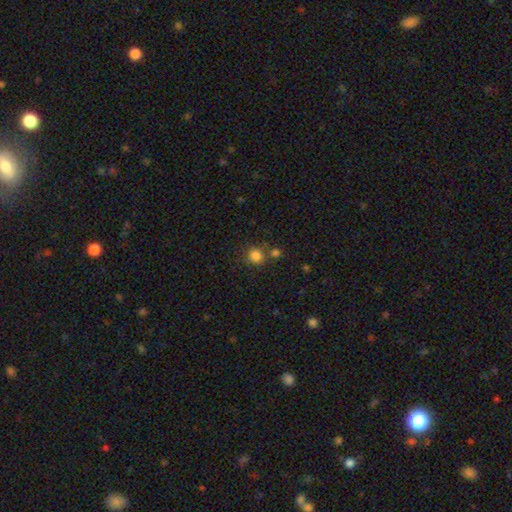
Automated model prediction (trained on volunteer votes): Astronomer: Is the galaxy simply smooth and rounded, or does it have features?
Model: smooth — 82%.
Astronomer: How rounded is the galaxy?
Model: round — 87%.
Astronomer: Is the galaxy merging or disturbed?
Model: none — 70%.